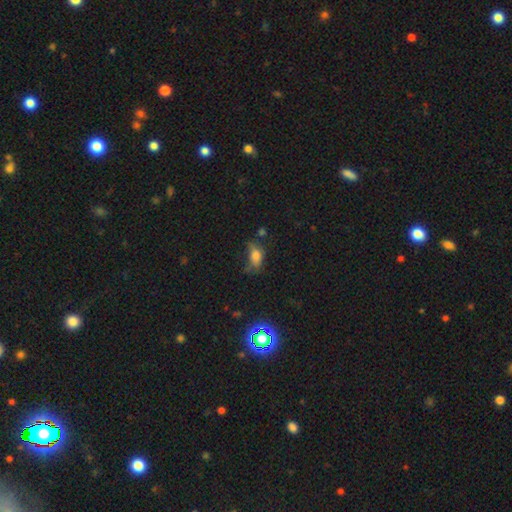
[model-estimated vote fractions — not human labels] A smooth galaxy with no disk features (69%) that is in between round and cigar-shaped (82%).

Vote fractions:
- Smooth or featured? smooth: 69% / featured or disk: 17% / star or artifact: 14%
- How rounded? in between: 82% / round: 12% / cigar-shaped: 5%
- Merging? none: 38% / minor disturbance: 32% / major disturbance: 23% / merger: 6%